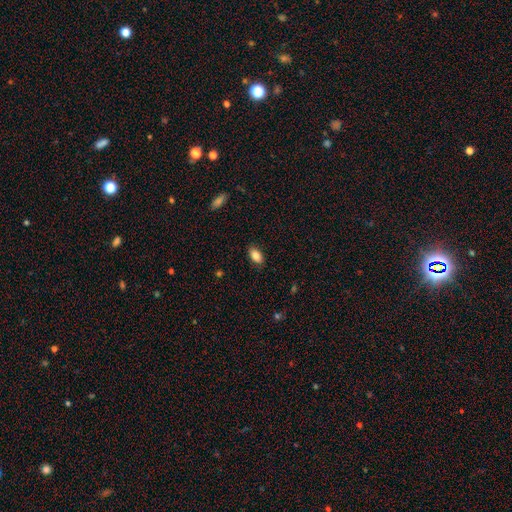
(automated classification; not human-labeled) smooth-or-featured: smooth: 85% | star or artifact: 8% | featured or disk: 7%
  how-rounded: in between: 91% | round: 7% | cigar-shaped: 2%
  merging: none: 85% | minor disturbance: 11% | major disturbance: 2% | merger: 1%